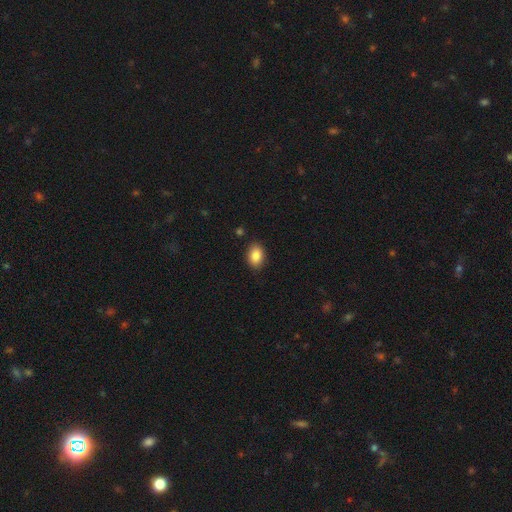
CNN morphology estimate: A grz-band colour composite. It shows a smooth galaxy with no disk features (86%) that is in between round and cigar-shaped (81%). Merging: none (87%).